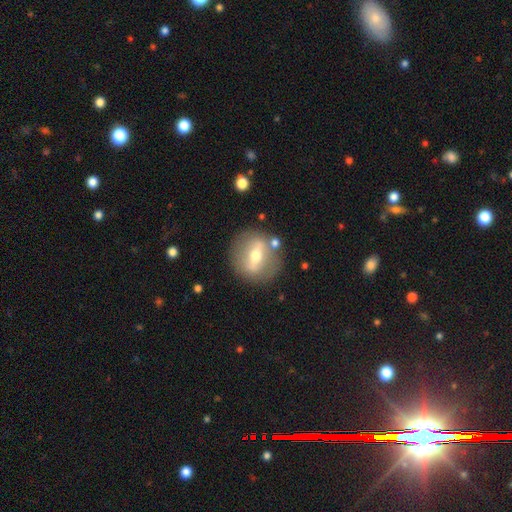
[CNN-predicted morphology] smooth-or-featured: featured or disk: 62% | smooth: 31% | star or artifact: 8%
  disk-edge-on: no: 70% | yes: 30%
  merging: none: 82% | minor disturbance: 10% | major disturbance: 4% | merger: 4%